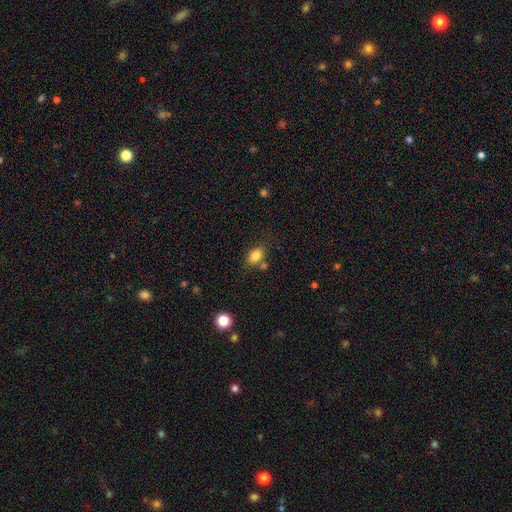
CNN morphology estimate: Q: Smooth or featured?
A: smooth (82%); runner-up: star or artifact (10%)
Q: How rounded?
A: in between (76%); runner-up: round (22%)
Q: Merging?
A: none (67%); runner-up: minor disturbance (16%)